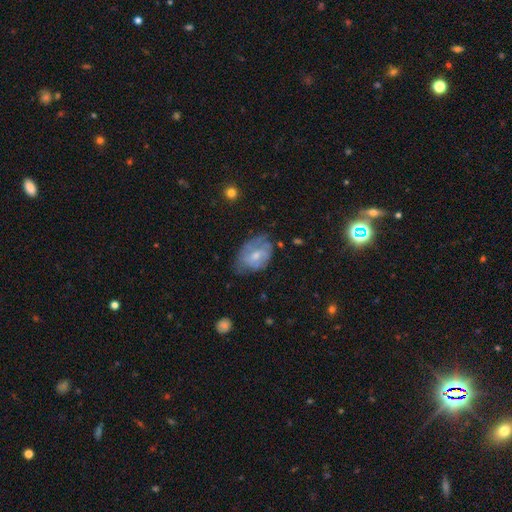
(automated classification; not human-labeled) Morphology: type=featured or disk (55%); edge-on=no (95%); bar=no (53%); spiral arms=yes (67%); bulge=small (47%); merging=none (50%).